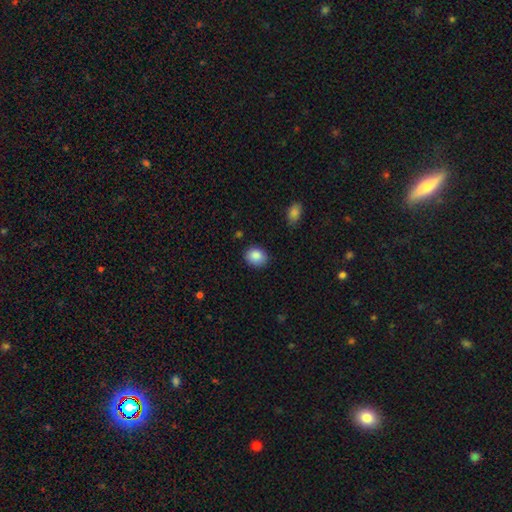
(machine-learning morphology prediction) This is clearly a smooth galaxy (87%). How rounded: possibly round (55%). Merging: clearly none (84%).